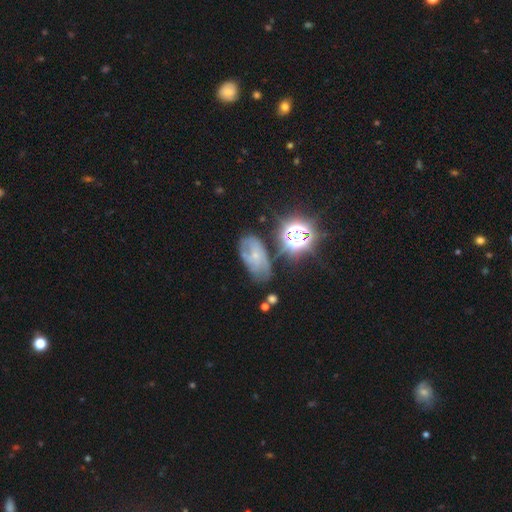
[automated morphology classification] This is possibly a featured or disk galaxy (55%). It is clearly not viewed edge-on (95%). Bar: likely no (72%). Spiral arm pattern: likely yes (77%). Central bulge: likely small (78%). Merging: possibly none (55%).